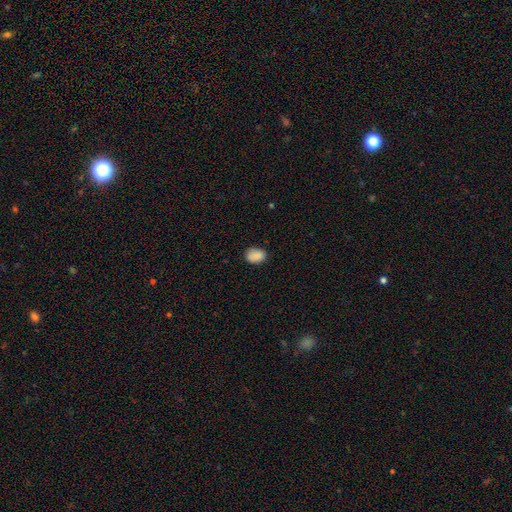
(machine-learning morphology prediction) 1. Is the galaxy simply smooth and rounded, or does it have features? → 88% smooth, 8% star or artifact, 4% featured or disk.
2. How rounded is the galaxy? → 71% in between, 28% round, 1% cigar-shaped.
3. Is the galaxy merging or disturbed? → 79% none, 17% minor disturbance, 3% major disturbance, 1% merger.